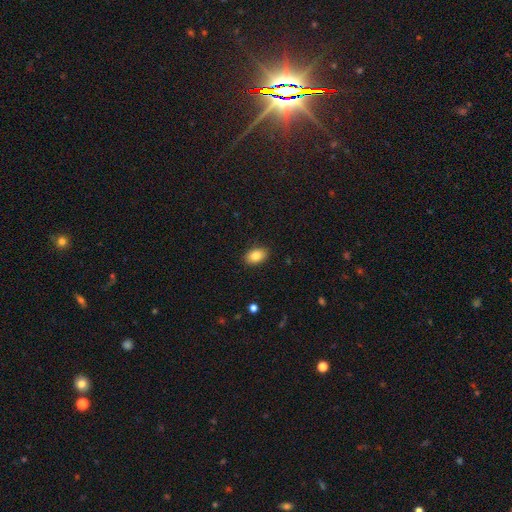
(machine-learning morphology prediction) The model was most divided on "how rounded": in between: 87%, round: 12%, cigar-shaped: 1%. More confident: merging — none (89%); smooth or featured — smooth (85%).